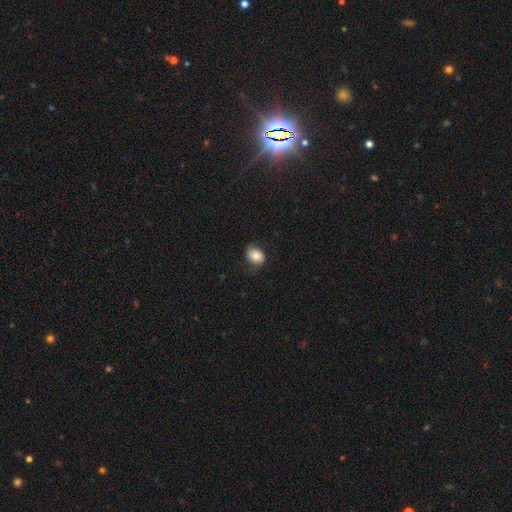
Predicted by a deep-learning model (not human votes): Q: Smooth or featured?
A: smooth (79%); runner-up: featured or disk (12%)
Q: How rounded?
A: in between (60%); runner-up: round (39%)
Q: Merging?
A: none (73%); runner-up: minor disturbance (21%)